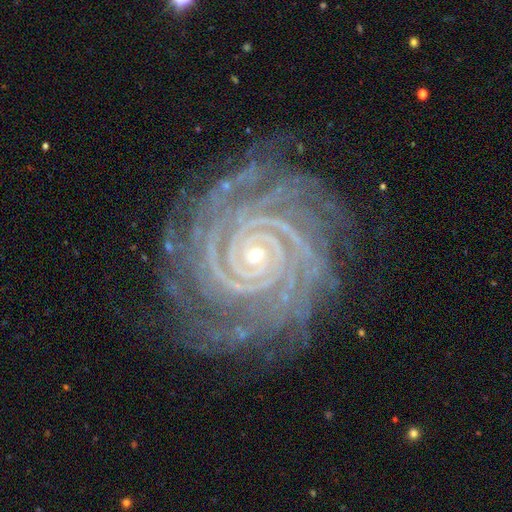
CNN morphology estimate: The model was most divided on "spiral arm count": more than 4: 24%, 2: 23%, 4: 16%, 3: 16%, can't tell: 12%, 1: 9%. More confident: spiral arms — yes (99%); edge-on disk — no (98%); smooth or featured — featured or disk (93%); spiral winding — tight (90%); merging — none (80%); bulge size — small (79%); bar — no (70%).